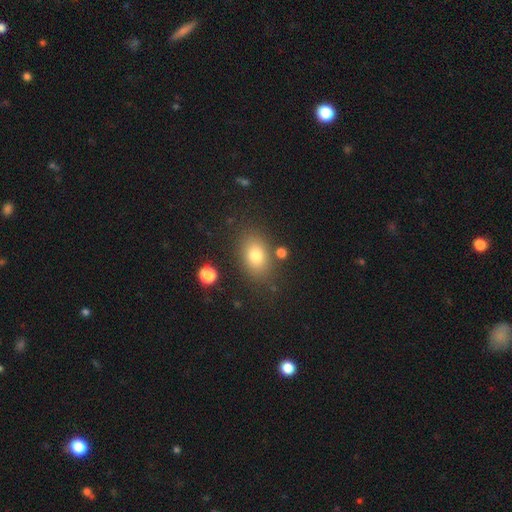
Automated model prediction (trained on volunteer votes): Smooth or featured? smooth (78%)
How rounded? in between (77%)
Merging? none (78%)